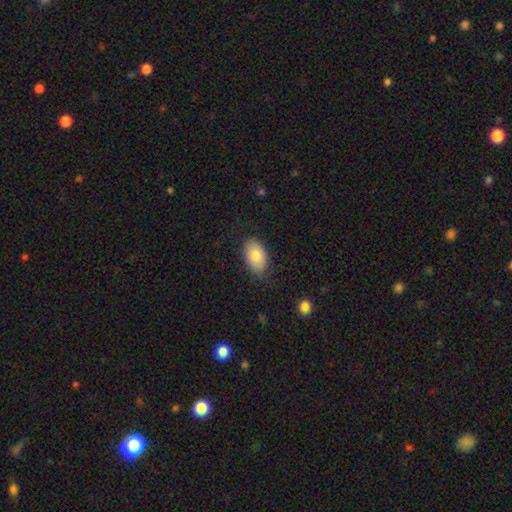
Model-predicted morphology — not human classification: The model was most divided on "merging": none: 81%, minor disturbance: 15%, major disturbance: 3%, merger: 1%. More confident: how rounded — in between (92%); smooth or featured — smooth (80%).